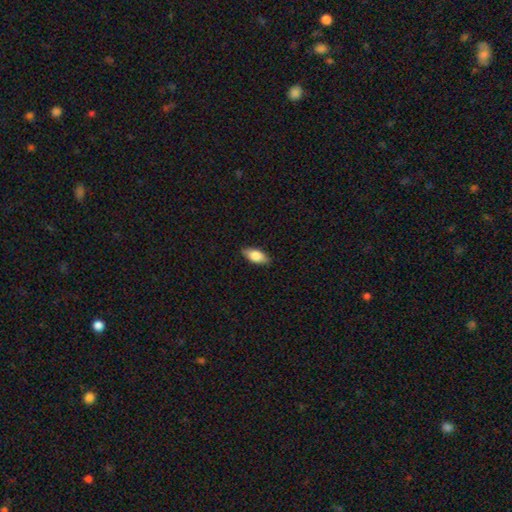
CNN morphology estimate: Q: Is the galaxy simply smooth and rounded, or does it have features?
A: smooth — 79%.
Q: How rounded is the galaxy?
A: in between — 88%.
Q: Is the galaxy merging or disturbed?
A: none — 87%.